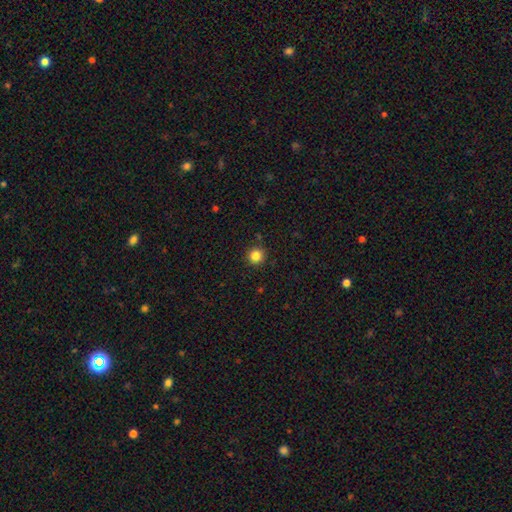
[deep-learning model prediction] Smooth or featured? Predicted: smooth (p=0.83). How rounded? Predicted: round (p=0.94). Merging? Predicted: none (p=0.91).